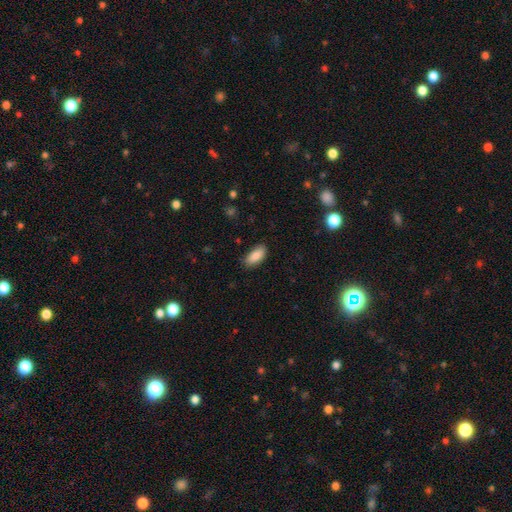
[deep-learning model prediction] smooth 87%, star or artifact 7%, featured or disk 7%. Down the decision tree: how rounded — in between (89%); merging — none (85%).